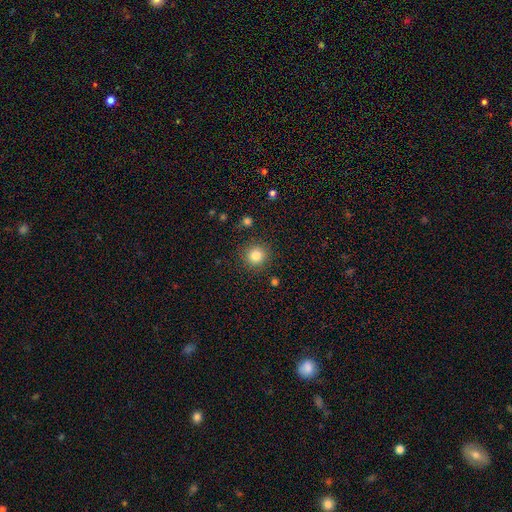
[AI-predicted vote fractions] Overall: smooth (84%). How rounded: round (93%). Merging: none (88%).